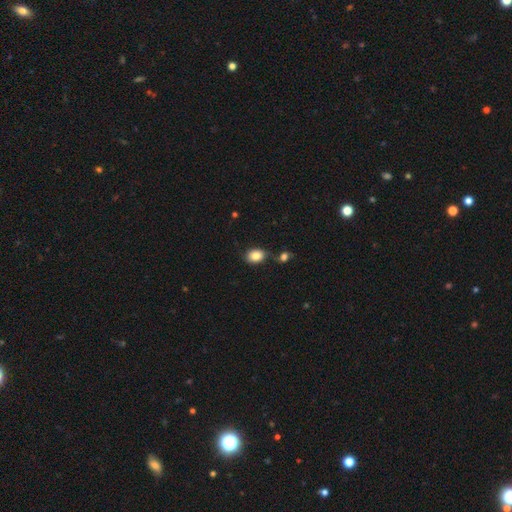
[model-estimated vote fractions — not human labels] A smooth galaxy with no disk features (85%) that is in between round and cigar-shaped (70%). Merging: none (71%).